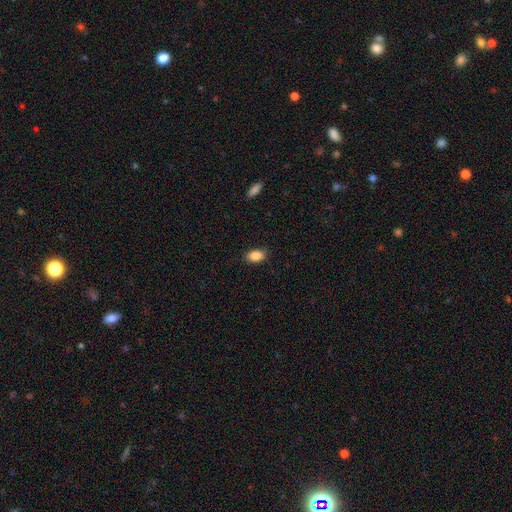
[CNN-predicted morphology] A smooth galaxy with no disk features (87%) that is in between round and cigar-shaped (90%).

Vote fractions:
- Smooth or featured? smooth: 87% / star or artifact: 8% / featured or disk: 5%
- How rounded? in between: 90% / round: 8% / cigar-shaped: 2%
- Merging? none: 87% / minor disturbance: 10% / major disturbance: 2% / merger: 1%